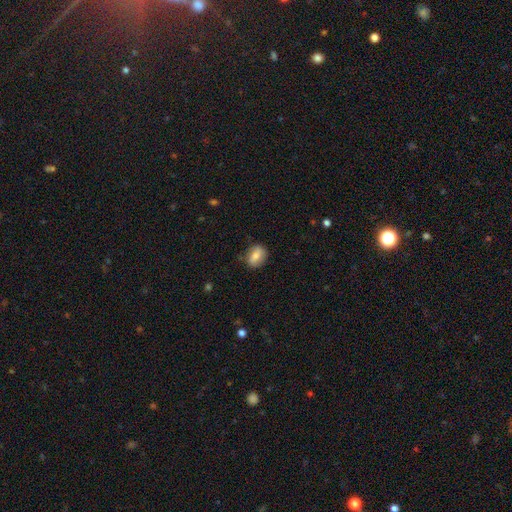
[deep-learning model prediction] smooth 72%, featured or disk 20%, star or artifact 8%. Down the decision tree: how rounded — in between (65%); merging — none (78%).